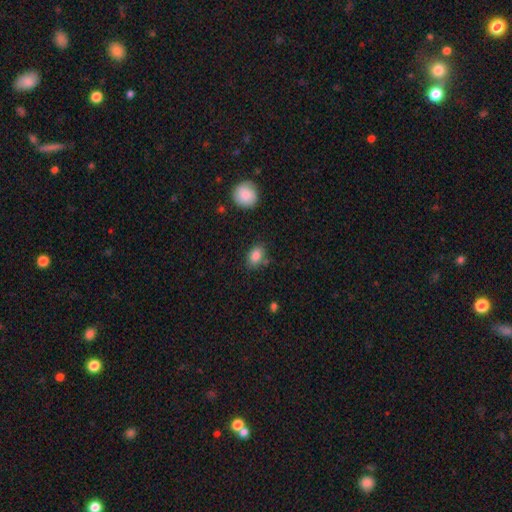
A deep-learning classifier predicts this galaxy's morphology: smooth_or_featured: smooth (p=0.85) [alt: star or artifact p=0.09]
how_rounded: in between (p=0.77) [alt: round p=0.22]
merging: none (p=0.78) [alt: minor disturbance p=0.14]